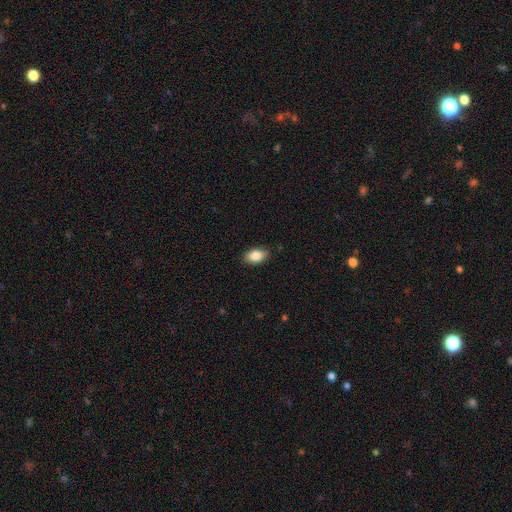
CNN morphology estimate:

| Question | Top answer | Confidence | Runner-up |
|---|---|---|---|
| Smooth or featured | smooth | 85% | featured or disk (8%) |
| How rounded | in between | 90% | round (8%) |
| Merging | none | 87% | minor disturbance (10%) |